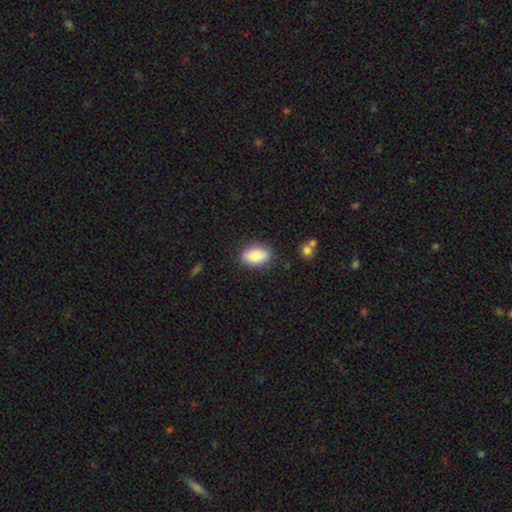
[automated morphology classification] Smooth or featured? smooth (86%)
How rounded? in between (88%)
Merging? none (84%)